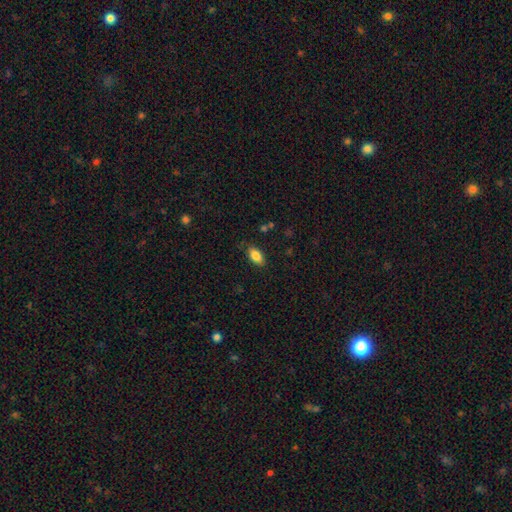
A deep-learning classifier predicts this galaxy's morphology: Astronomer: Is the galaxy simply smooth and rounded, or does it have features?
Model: smooth — 85%.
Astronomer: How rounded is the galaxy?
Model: in between — 91%.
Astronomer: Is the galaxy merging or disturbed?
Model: none — 82%.